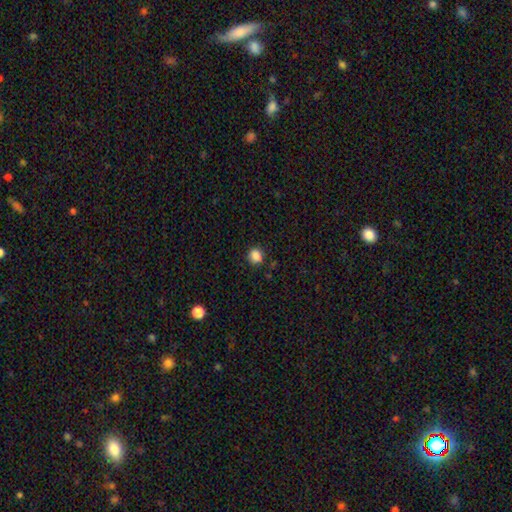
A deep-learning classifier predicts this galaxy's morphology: This appears to be a smooth galaxy with no disk features (86%) that is round (85%). Merging: none (87%).